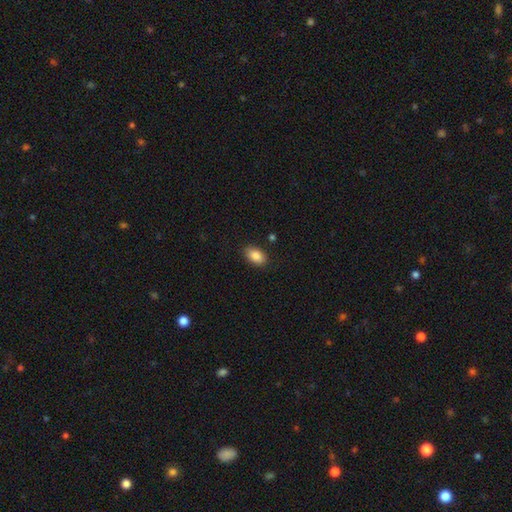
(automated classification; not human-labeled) The model was most divided on "merging": none: 87%, minor disturbance: 10%, major disturbance: 2%, merger: 1%. More confident: how rounded — in between (91%); smooth or featured — smooth (87%).